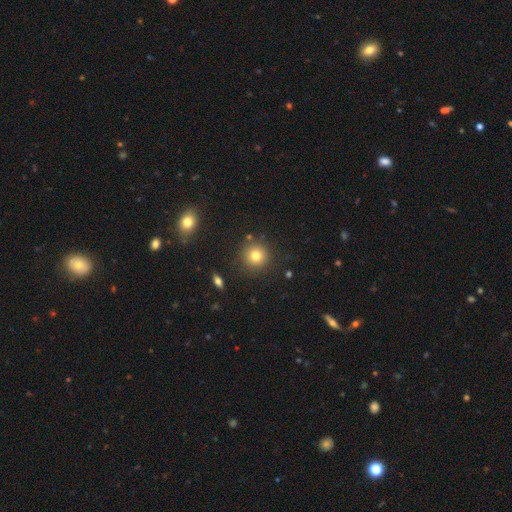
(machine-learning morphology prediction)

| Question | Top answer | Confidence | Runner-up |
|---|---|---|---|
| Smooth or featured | smooth | 78% | star or artifact (13%) |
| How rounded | round | 94% | in between (5%) |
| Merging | none | 87% | minor disturbance (8%) |